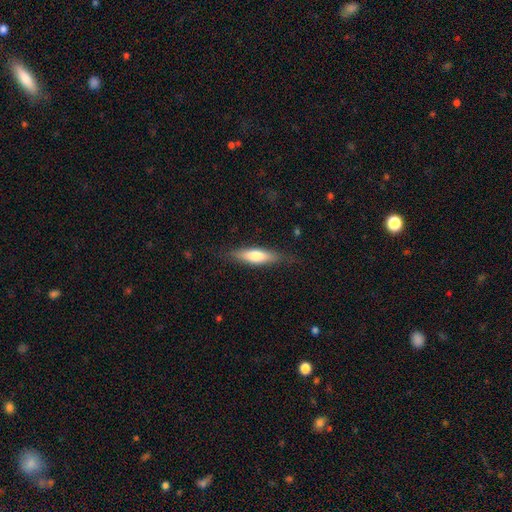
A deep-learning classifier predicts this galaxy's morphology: Overall: smooth (66%; featured or disk 28%). How rounded: cigar-shaped (61%; in between 37%). Merging: none (79%).